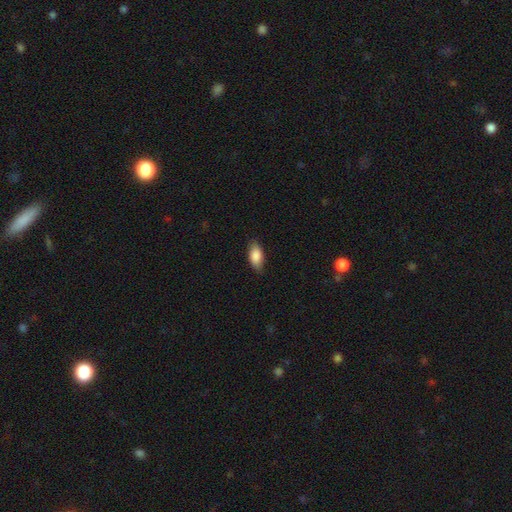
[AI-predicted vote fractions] smooth-or-featured: smooth: 88% | star or artifact: 6% | featured or disk: 6%
  how-rounded: in between: 90% | cigar-shaped: 7% | round: 3%
  merging: none: 84% | minor disturbance: 13% | major disturbance: 2% | merger: 1%